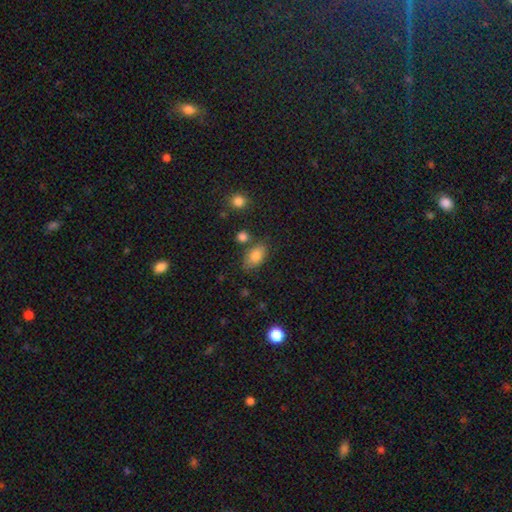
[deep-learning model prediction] The model was most divided on "merging": none: 71%, minor disturbance: 17%, merger: 8%, major disturbance: 4%. More confident: how rounded — in between (89%); smooth or featured — smooth (82%).